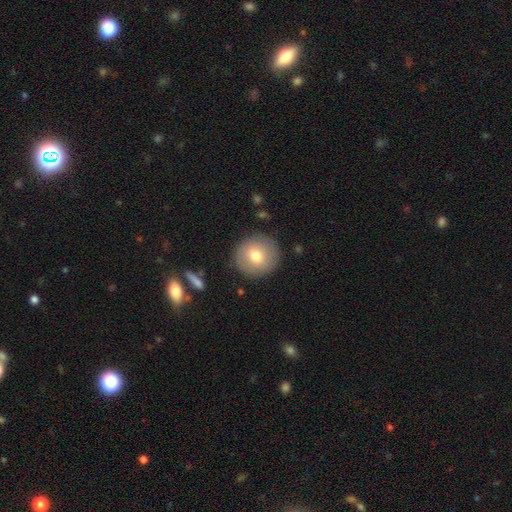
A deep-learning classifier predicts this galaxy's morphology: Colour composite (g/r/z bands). It shows a smooth galaxy with no disk features (73%) that is round (93%). Merging: none (88%).